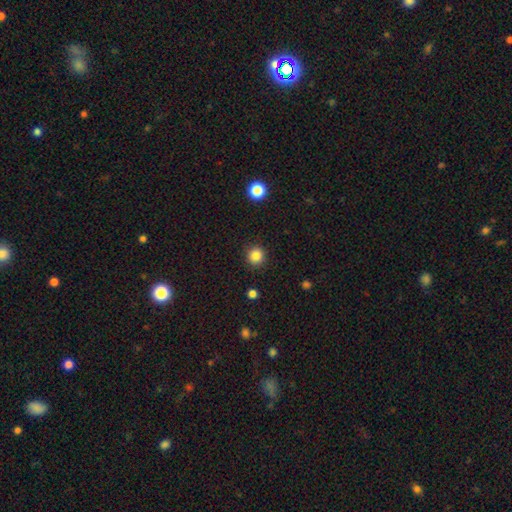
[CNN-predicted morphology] A smooth galaxy with no disk features (85%) that is round (94%).

Vote fractions:
- Smooth or featured? smooth: 85% / star or artifact: 12% / featured or disk: 4%
- How rounded? round: 94% / in between: 5% / cigar-shaped: 1%
- Merging? none: 91% / minor disturbance: 5% / major disturbance: 2% / merger: 1%